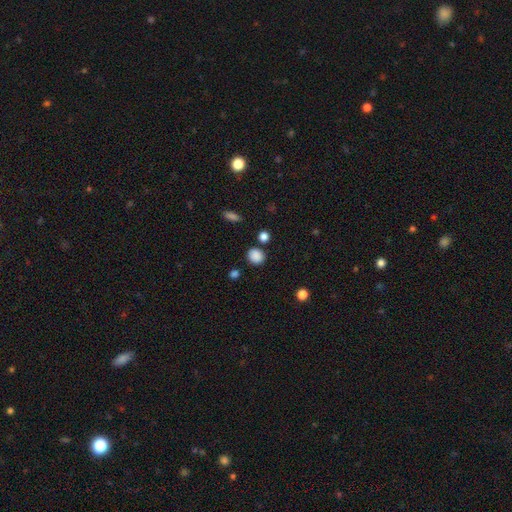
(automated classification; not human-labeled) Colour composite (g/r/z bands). It shows a smooth galaxy with no disk features (86%) that is round (76%). Merging: none (82%).